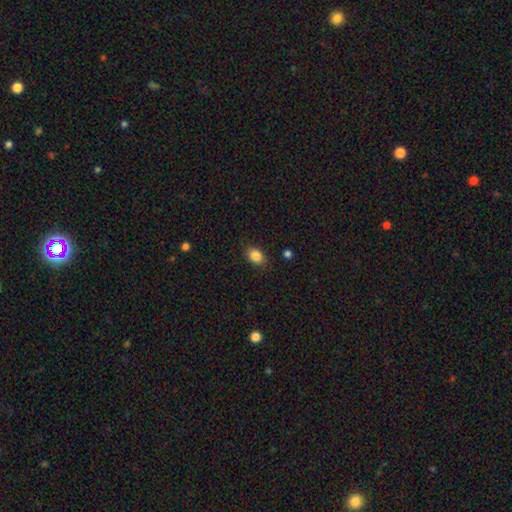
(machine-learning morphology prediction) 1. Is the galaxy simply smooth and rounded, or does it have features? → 86% smooth, 9% star or artifact, 5% featured or disk.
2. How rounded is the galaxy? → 76% in between, 23% round, 1% cigar-shaped.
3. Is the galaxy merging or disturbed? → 86% none, 10% minor disturbance, 3% major disturbance, 1% merger.